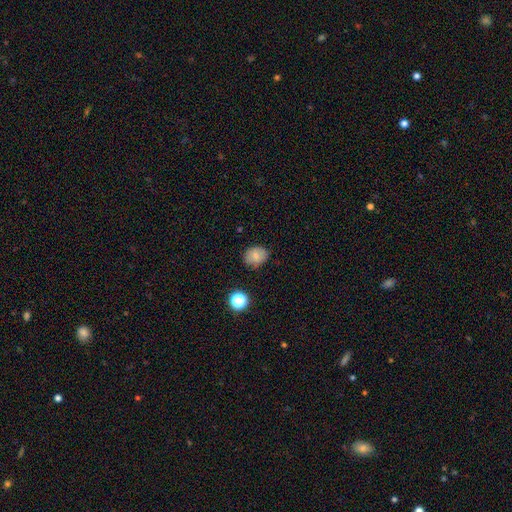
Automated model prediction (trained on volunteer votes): Smooth or featured? smooth (75%)
How rounded? round (50%)
Merging? none (79%)